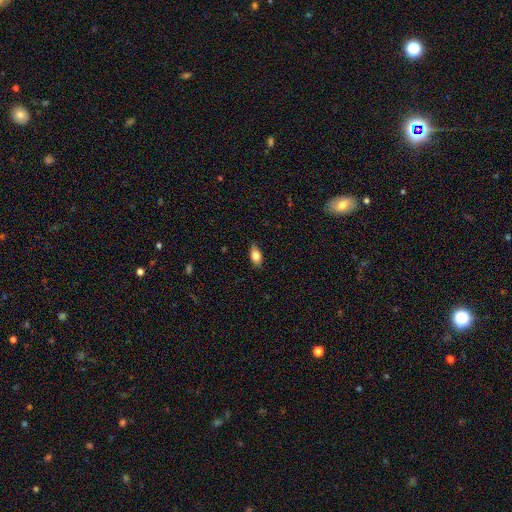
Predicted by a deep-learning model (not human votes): smooth-or-featured: smooth: 76% | featured or disk: 17% | star or artifact: 8%
  how-rounded: in between: 84% | cigar-shaped: 9% | round: 7%
  merging: none: 82% | minor disturbance: 15% | major disturbance: 3% | merger: 1%